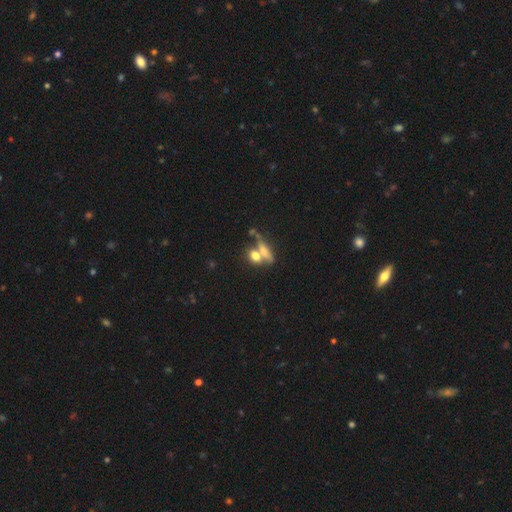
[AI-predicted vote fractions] Morphology: type=smooth (64%); roundness=in between (53%); merging=merger (46%).